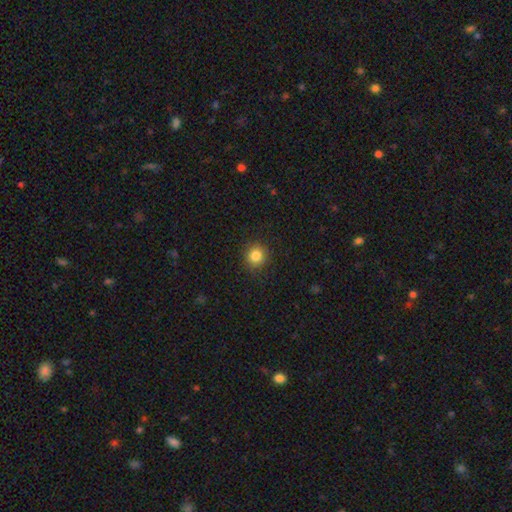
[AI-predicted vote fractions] Q: Smooth or featured?
A: smooth (84%); runner-up: star or artifact (11%)
Q: How rounded?
A: round (93%); runner-up: in between (6%)
Q: Merging?
A: none (91%); runner-up: minor disturbance (6%)